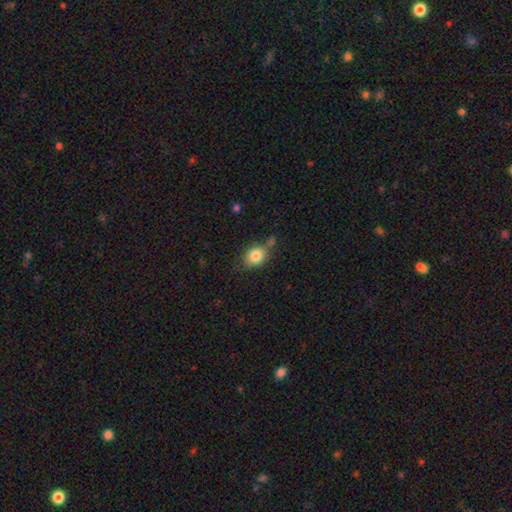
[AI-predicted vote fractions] Smooth or featured: smooth — 83% (star or artifact — 9%)
How rounded: in between — 53% (round — 45%)
Merging: none — 63% (minor disturbance — 21%)